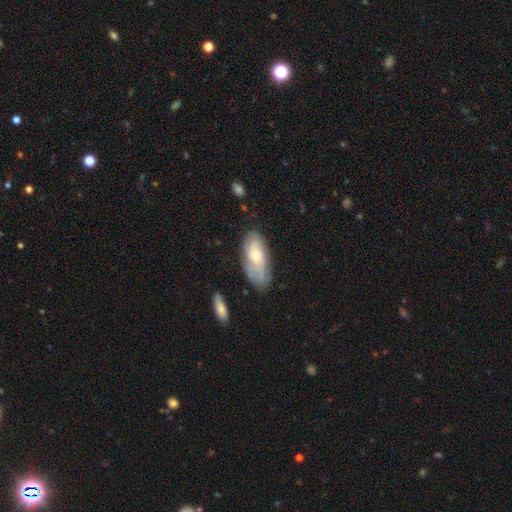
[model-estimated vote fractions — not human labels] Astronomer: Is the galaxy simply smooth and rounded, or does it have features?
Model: featured or disk — 57% (runner-up: smooth, 37%).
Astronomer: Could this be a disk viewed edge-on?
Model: no — 91%.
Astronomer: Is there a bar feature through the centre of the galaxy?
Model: no — 72%.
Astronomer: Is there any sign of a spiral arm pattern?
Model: yes — 81%.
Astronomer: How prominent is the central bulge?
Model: small — 50% (runner-up: moderate, 39%).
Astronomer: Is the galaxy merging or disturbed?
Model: none — 64%.